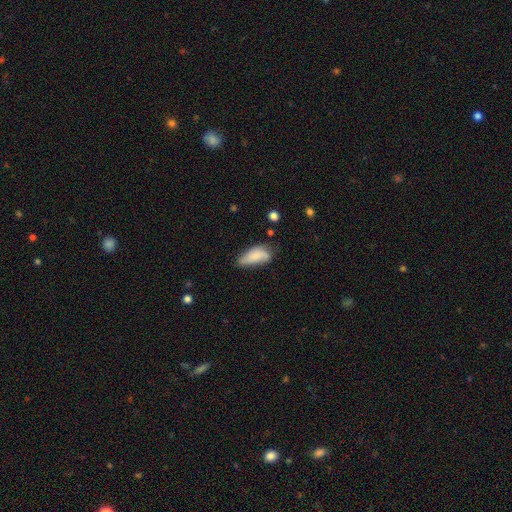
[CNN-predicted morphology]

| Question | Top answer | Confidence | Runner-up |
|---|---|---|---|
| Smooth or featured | smooth | 74% | featured or disk (18%) |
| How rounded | in between | 82% | cigar-shaped (16%) |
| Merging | none | 41% | minor disturbance (39%) |